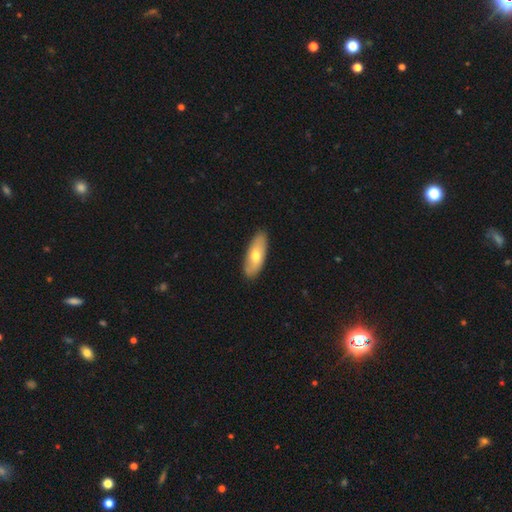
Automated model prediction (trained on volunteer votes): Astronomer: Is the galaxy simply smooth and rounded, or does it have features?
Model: smooth — 63%.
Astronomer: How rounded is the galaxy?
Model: in between — 75%.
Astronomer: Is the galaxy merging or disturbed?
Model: none — 87%.